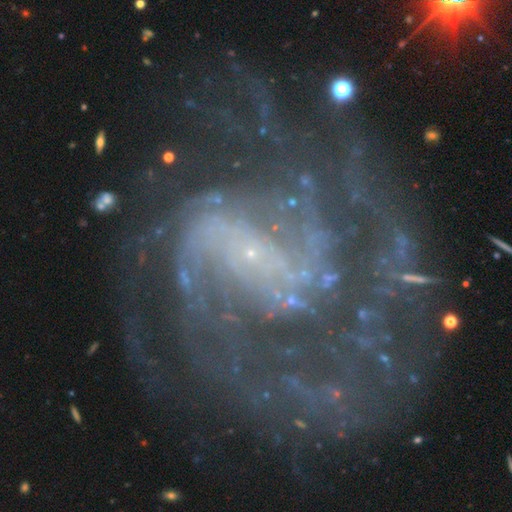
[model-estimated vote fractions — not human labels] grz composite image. It shows a featured or disk galaxy (87%) with a weak bar (42%), 2 (38%) medium (47%) spiral arms (93%) and a small central bulge (65%). Merging: none (55%).